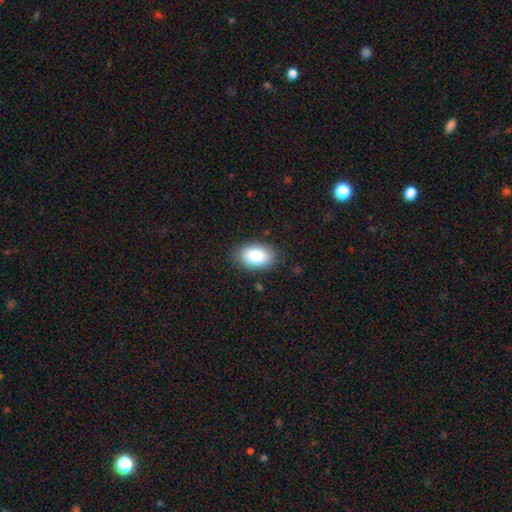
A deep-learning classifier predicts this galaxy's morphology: Smooth or featured?
  - smooth: 88% *
  - star or artifact: 7%
  - featured or disk: 5%
How rounded?
  - in between: 92% *
  - round: 7%
  - cigar-shaped: 1%
Merging?
  - none: 84% *
  - minor disturbance: 12%
  - major disturbance: 3%
  - merger: 1%